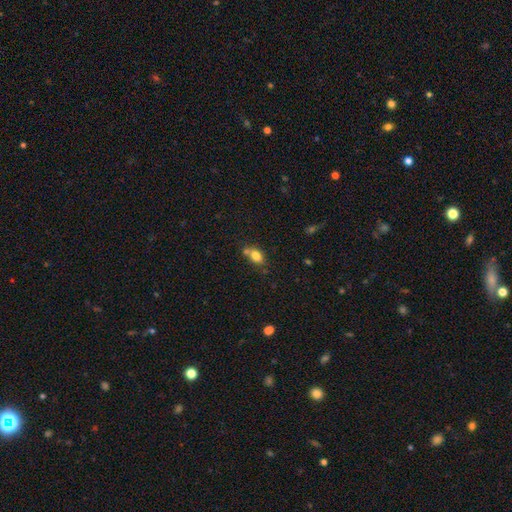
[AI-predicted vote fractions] Smooth or featured: smooth — 79% (star or artifact — 11%)
How rounded: in between — 72% (round — 25%)
Merging: none — 50% (merger — 30%)